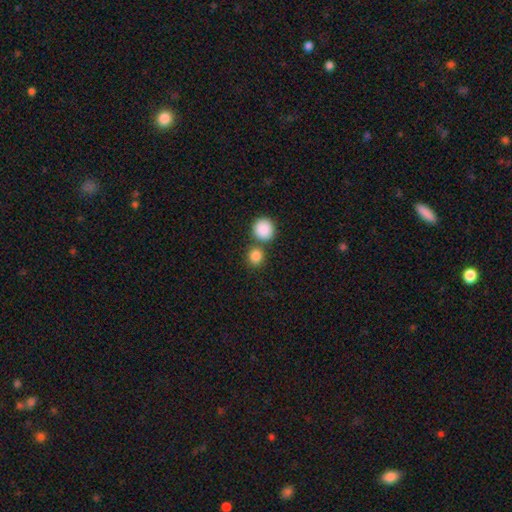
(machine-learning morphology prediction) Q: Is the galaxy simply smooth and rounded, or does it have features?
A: smooth — 86%.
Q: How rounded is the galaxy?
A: round — 86%.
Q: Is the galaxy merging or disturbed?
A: none — 63%.